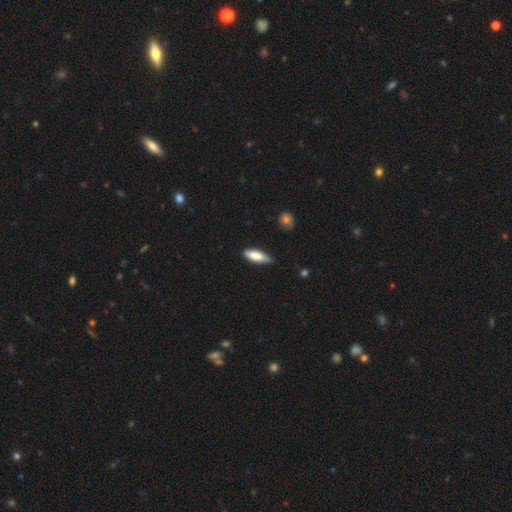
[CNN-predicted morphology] Q: Smooth or featured?
A: smooth (79%); runner-up: featured or disk (15%)
Q: How rounded?
A: in between (56%); runner-up: cigar-shaped (43%)
Q: Merging?
A: none (71%); runner-up: minor disturbance (23%)